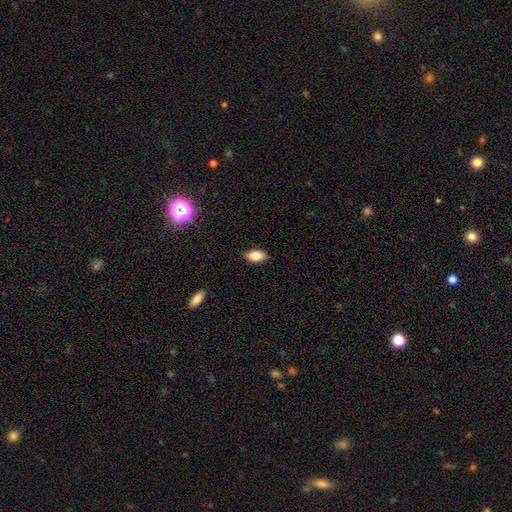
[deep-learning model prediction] Smooth or featured: smooth — 84% (featured or disk — 8%)
How rounded: in between — 91% (round — 5%)
Merging: none — 84% (minor disturbance — 13%)